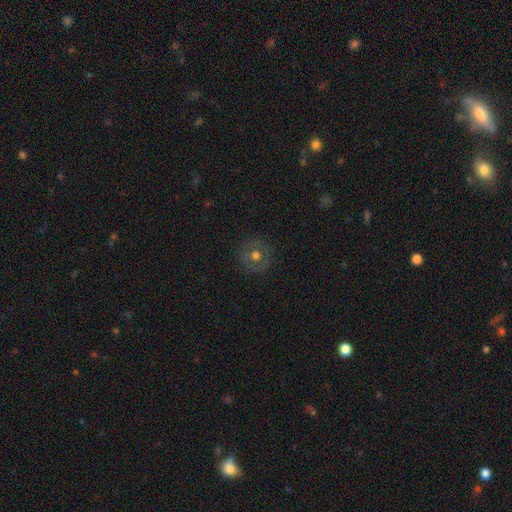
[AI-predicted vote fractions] This appears to be a smooth galaxy with no disk features (51%) that is round (92%). Merging: none (87%).